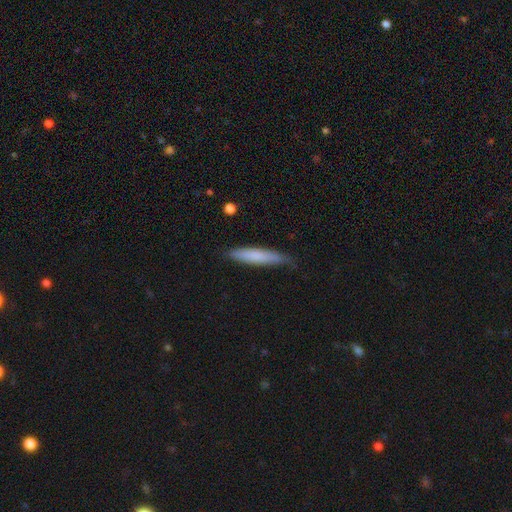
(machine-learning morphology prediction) A smooth galaxy with no disk features (76%) that is cigar-shaped (88%).

Vote fractions:
- Smooth or featured? smooth: 76% / featured or disk: 18% / star or artifact: 6%
- How rounded? cigar-shaped: 88% / in between: 11% / round: 1%
- Merging? none: 74% / minor disturbance: 21% / major disturbance: 3% / merger: 1%